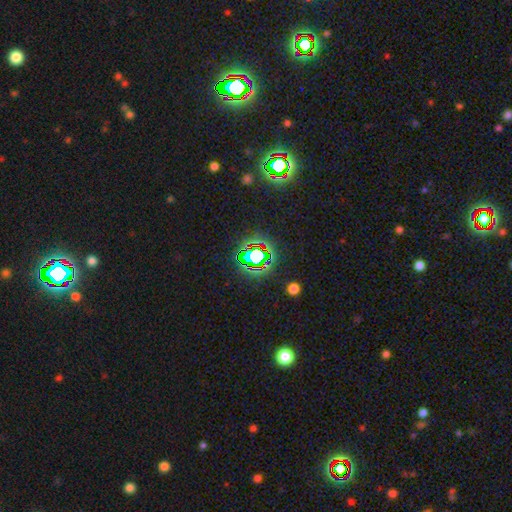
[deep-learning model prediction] Q: Smooth or featured?
A: star or artifact (71%); runner-up: smooth (17%)